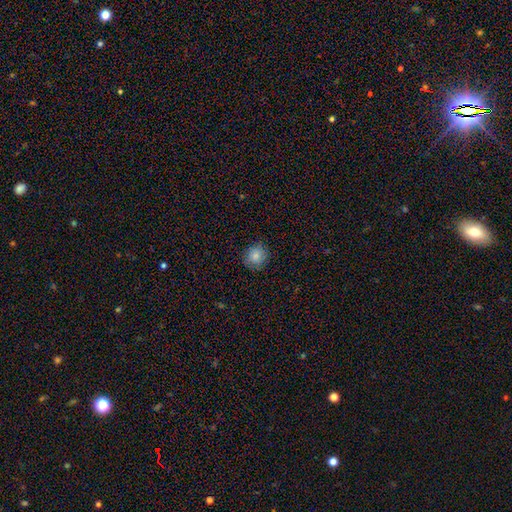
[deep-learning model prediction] Morphology: type=smooth (84%); roundness=round (85%); merging=none (85%).